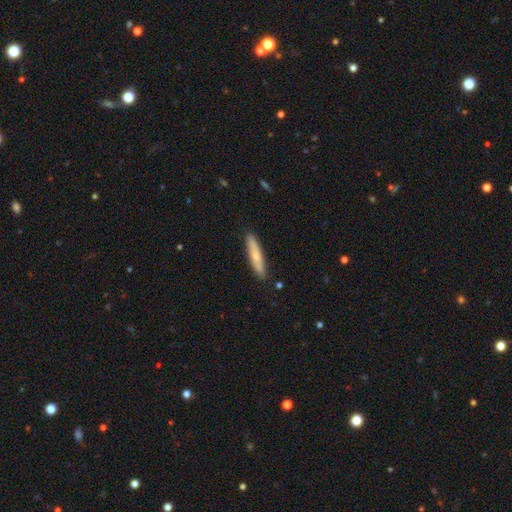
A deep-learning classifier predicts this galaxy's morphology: smooth-or-featured: smooth: 59% | featured or disk: 35% | star or artifact: 6%
  how-rounded: cigar-shaped: 88% | in between: 11% | round: 2%
  merging: none: 88% | minor disturbance: 9% | major disturbance: 2% | merger: 1%